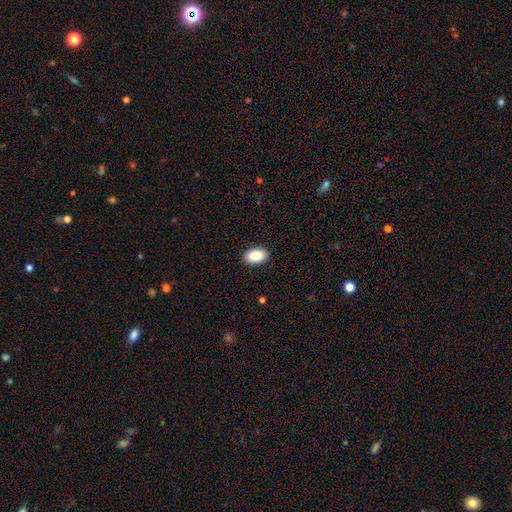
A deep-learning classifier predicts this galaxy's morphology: Smooth or featured? Predicted: smooth (p=0.90). How rounded? Predicted: in between (p=0.92). Merging? Predicted: none (p=0.90).